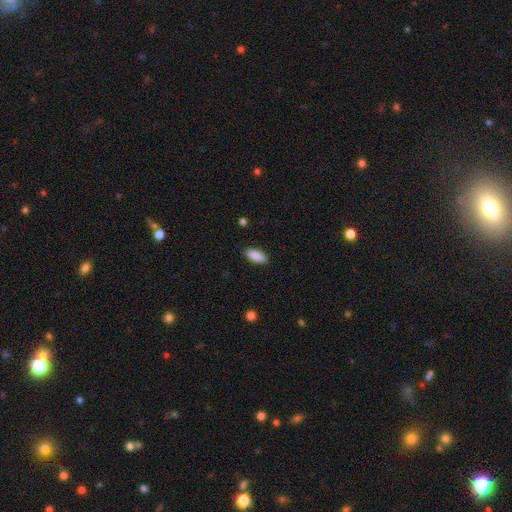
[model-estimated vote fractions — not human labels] This appears to be a smooth galaxy with no disk features (90%) that is in between round and cigar-shaped (86%). Merging: none (88%).